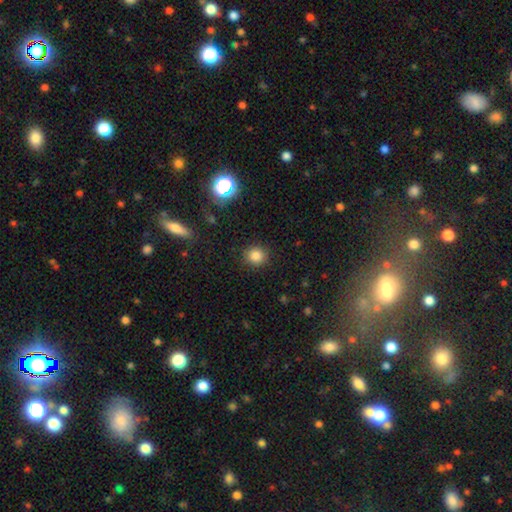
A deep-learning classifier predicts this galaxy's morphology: Q: Smooth or featured?
A: smooth (82%); runner-up: star or artifact (13%)
Q: How rounded?
A: round (88%); runner-up: in between (11%)
Q: Merging?
A: none (89%); runner-up: minor disturbance (7%)